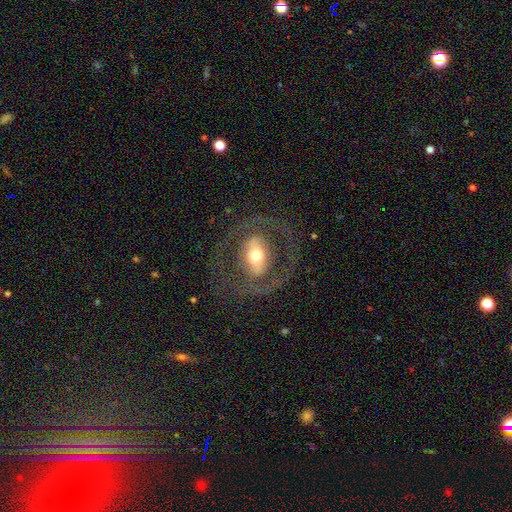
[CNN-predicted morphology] A featured or disk galaxy (67%) with a strong bar (38%), no spiral arms (63%) and a moderate central bulge (62%). Merging: none (71%).